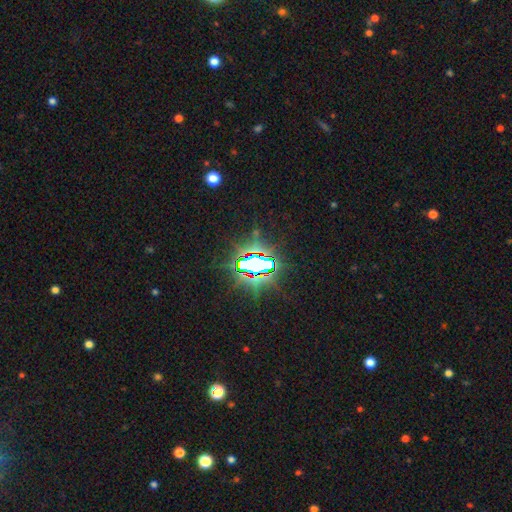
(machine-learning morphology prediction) This is clearly a star or artifact rather than a galaxy (85%).